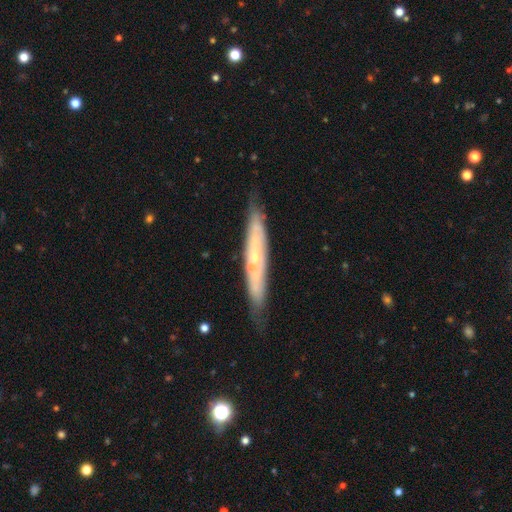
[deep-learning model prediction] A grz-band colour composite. It shows a featured or disk galaxy (63%) viewed edge-on (69%). Merging: none (77%).